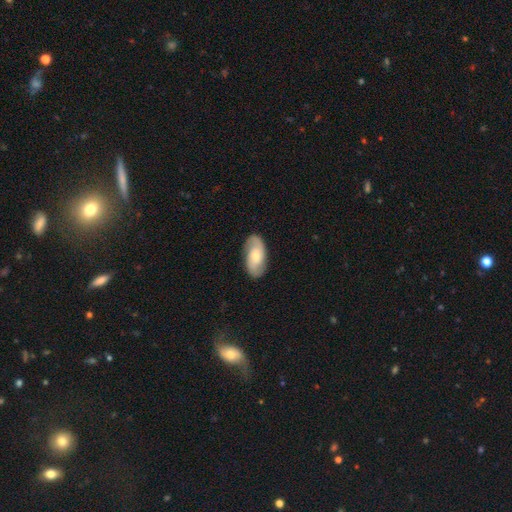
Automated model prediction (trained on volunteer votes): The model was most divided on "bulge size": small: 50%, moderate: 45%, large: 3%, none: 2%, dominant: 1%. More confident: edge-on disk — no (94%); spiral arms — yes (85%); merging — none (82%); bar — no (71%); smooth or featured — featured or disk (59%).